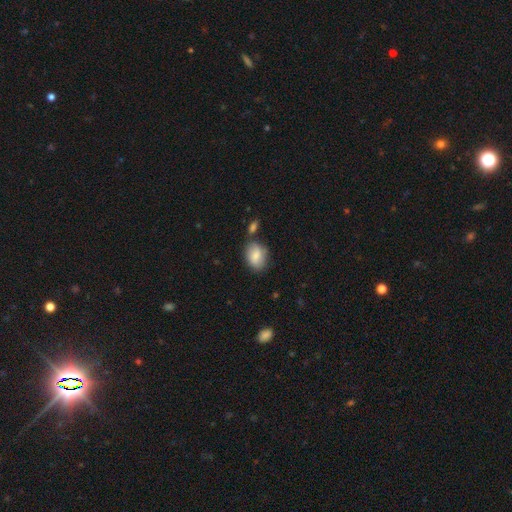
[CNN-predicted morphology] smooth-or-featured: smooth: 81% | featured or disk: 11% | star or artifact: 7%
  how-rounded: in between: 76% | round: 22% | cigar-shaped: 1%
  merging: none: 67% | minor disturbance: 18% | merger: 10% | major disturbance: 4%